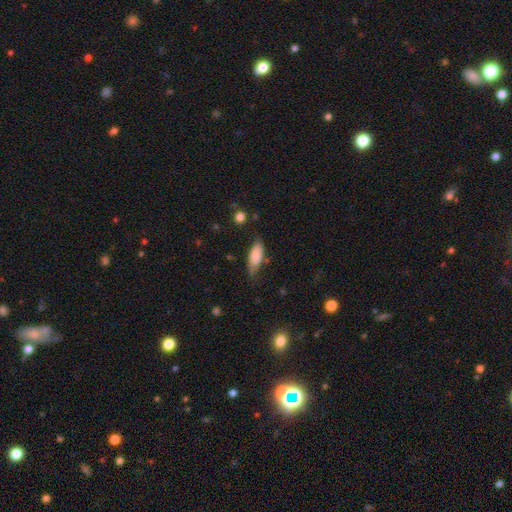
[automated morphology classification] This is likely a smooth galaxy (78%). How rounded: likely in between (77%). Merging: possibly none (59%).